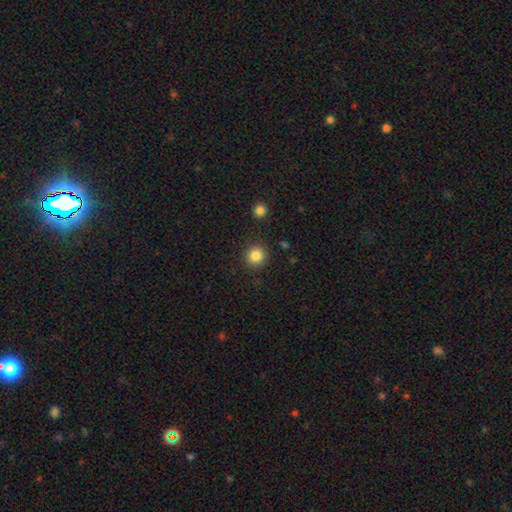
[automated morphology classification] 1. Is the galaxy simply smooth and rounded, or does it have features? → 85% smooth, 11% star or artifact, 5% featured or disk.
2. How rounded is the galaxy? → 92% round, 7% in between, 1% cigar-shaped.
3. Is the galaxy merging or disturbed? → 90% none, 6% minor disturbance, 2% major disturbance, 2% merger.